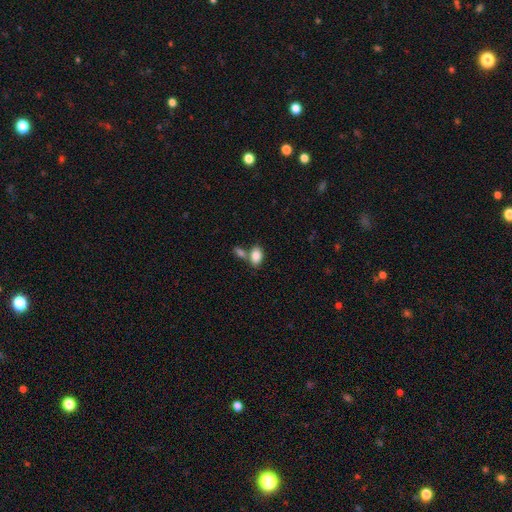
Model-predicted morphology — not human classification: smooth-or-featured: smooth: 86% | star or artifact: 7% | featured or disk: 7%
  how-rounded: in between: 90% | round: 8% | cigar-shaped: 2%
  merging: none: 52% | merger: 33% | minor disturbance: 11% | major disturbance: 4%